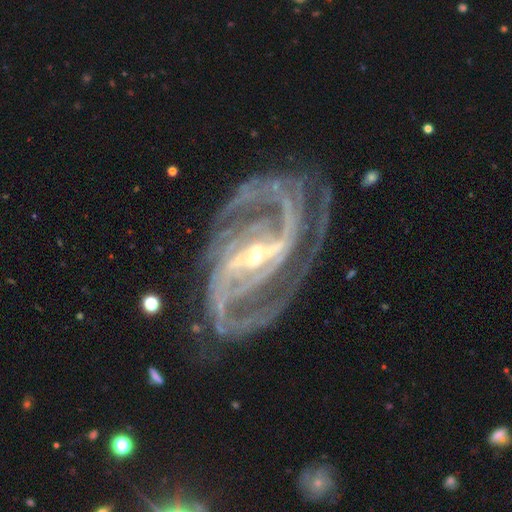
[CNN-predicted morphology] The model was most divided on "spiral winding": medium: 47%, tight: 40%, loose: 13%. More confident: spiral arms — yes (98%); edge-on disk — no (97%); smooth or featured — featured or disk (93%); bulge size — small (69%); bar — strong (67%); merging — none (65%); spiral arm count — 2 (55%).